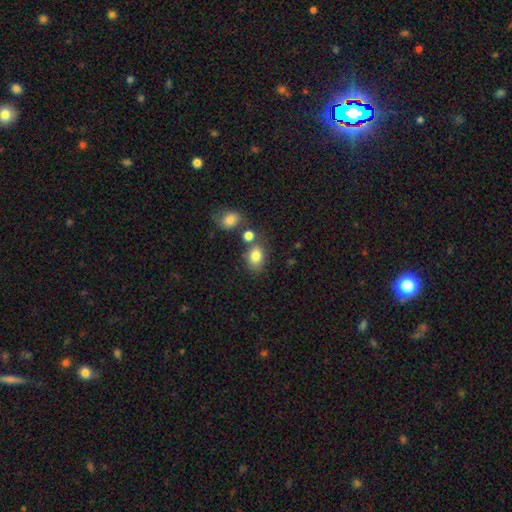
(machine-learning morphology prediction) smooth-or-featured: smooth: 81% | star or artifact: 10% | featured or disk: 9%
  how-rounded: in between: 67% | round: 32% | cigar-shaped: 1%
  merging: none: 58% | merger: 21% | minor disturbance: 15% | major disturbance: 5%